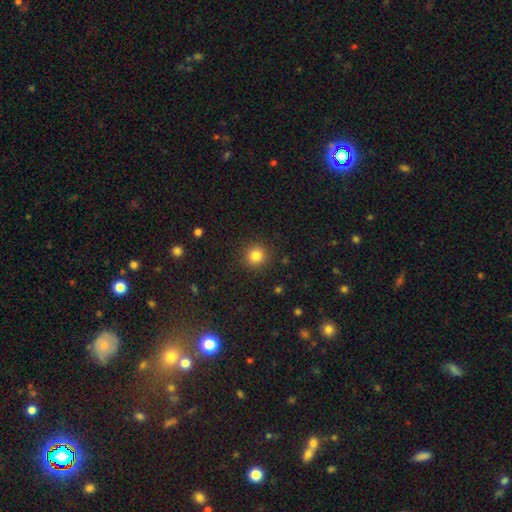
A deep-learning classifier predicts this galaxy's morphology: Smooth or featured?
  - smooth: 84% *
  - star or artifact: 11%
  - featured or disk: 5%
How rounded?
  - round: 92% *
  - in between: 7%
  - cigar-shaped: 1%
Merging?
  - none: 90% *
  - minor disturbance: 6%
  - major disturbance: 2%
  - merger: 1%